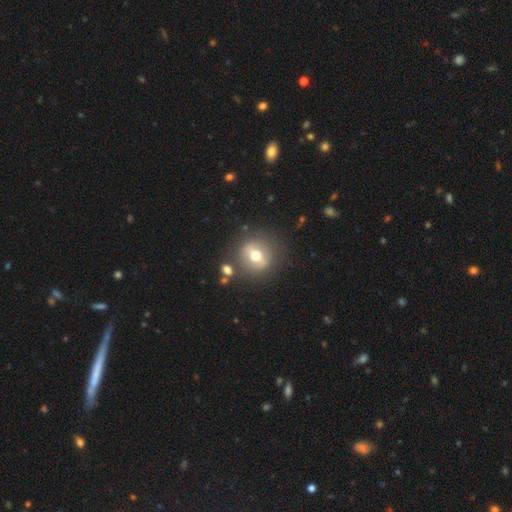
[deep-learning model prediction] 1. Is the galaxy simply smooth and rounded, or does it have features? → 50% featured or disk, 41% smooth, 9% star or artifact.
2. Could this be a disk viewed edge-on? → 75% no, 25% yes.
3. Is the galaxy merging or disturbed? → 81% none, 10% minor disturbance, 4% major disturbance, 4% merger.